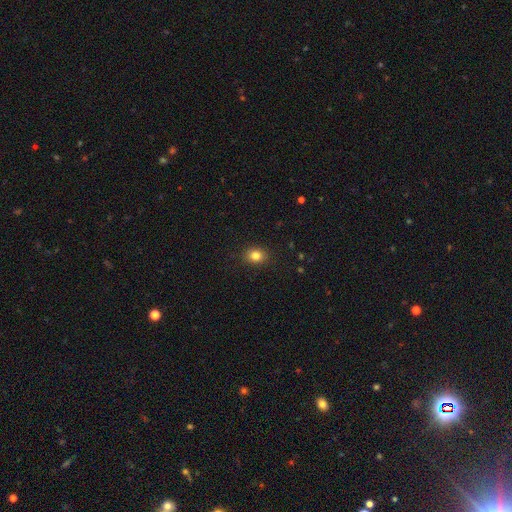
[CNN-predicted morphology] Overall: smooth (82%). How rounded: round (52%; in between 47%). Merging: none (89%).